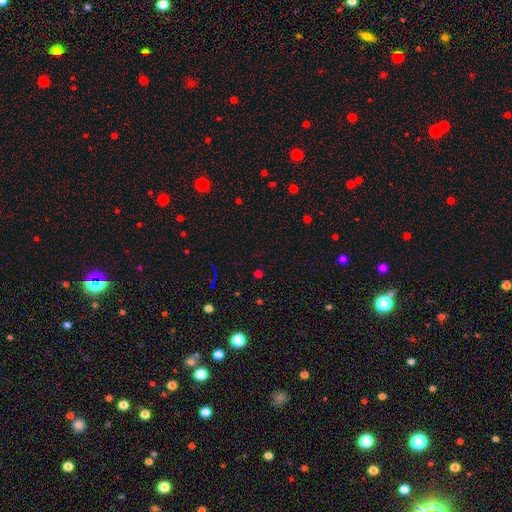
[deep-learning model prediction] Morphology: type=star or artifact (62%).